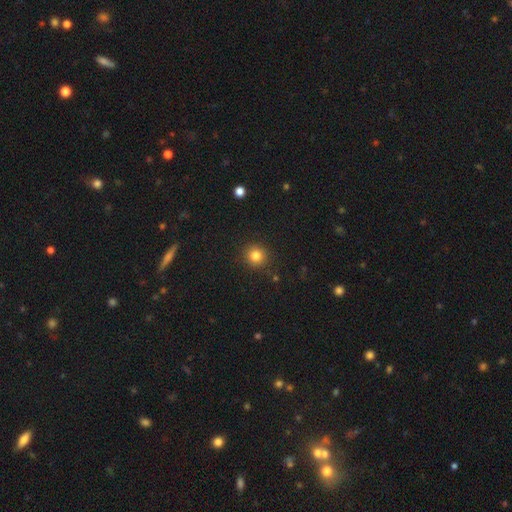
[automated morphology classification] smooth-or-featured: smooth: 82% | star or artifact: 12% | featured or disk: 6%
  how-rounded: round: 93% | in between: 6% | cigar-shaped: 1%
  merging: none: 91% | minor disturbance: 6% | major disturbance: 2% | merger: 1%